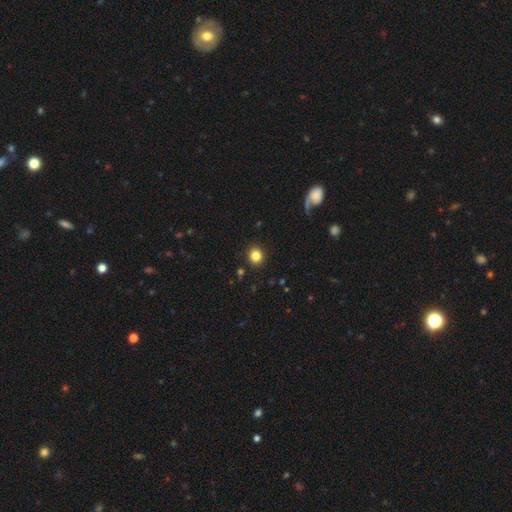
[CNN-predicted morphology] Smooth or featured?
  - smooth: 83% *
  - star or artifact: 12%
  - featured or disk: 6%
How rounded?
  - round: 90% *
  - in between: 9%
  - cigar-shaped: 1%
Merging?
  - none: 92% *
  - minor disturbance: 5%
  - major disturbance: 2%
  - merger: 1%